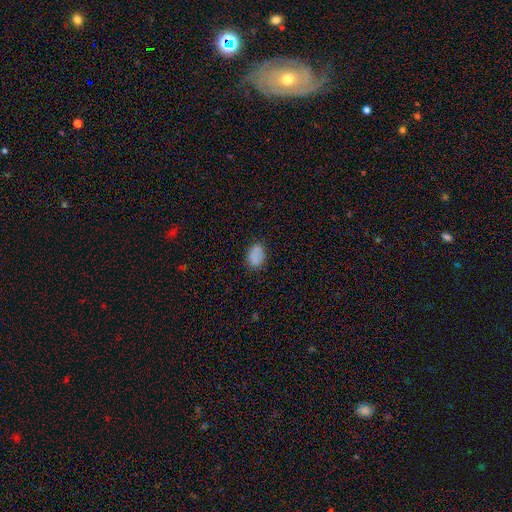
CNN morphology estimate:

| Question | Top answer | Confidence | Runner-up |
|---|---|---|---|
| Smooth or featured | smooth | 82% | star or artifact (11%) |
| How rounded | in between | 80% | round (19%) |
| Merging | none | 75% | minor disturbance (19%) |